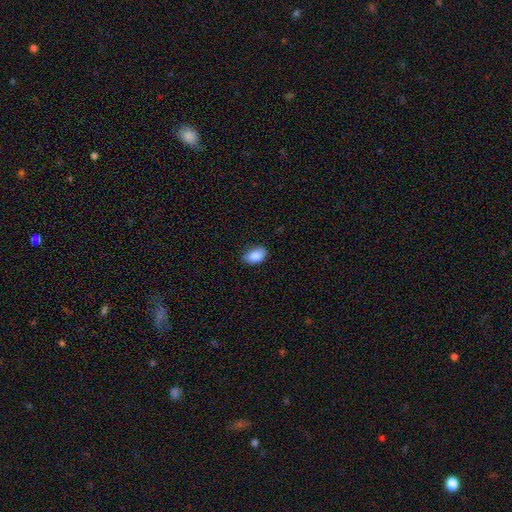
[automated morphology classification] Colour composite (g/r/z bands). It shows a smooth galaxy with no disk features (89%) that is in between round and cigar-shaped (90%). Merging: none (79%).